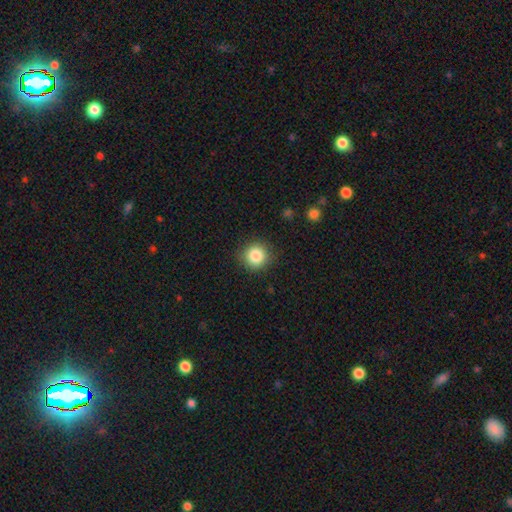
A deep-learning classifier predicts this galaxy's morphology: A smooth galaxy with no disk features (85%) that is round (92%).

Vote fractions:
- Smooth or featured? smooth: 85% / star or artifact: 10% / featured or disk: 5%
- How rounded? round: 92% / in between: 7% / cigar-shaped: 1%
- Merging? none: 88% / minor disturbance: 9% / major disturbance: 3% / merger: 1%